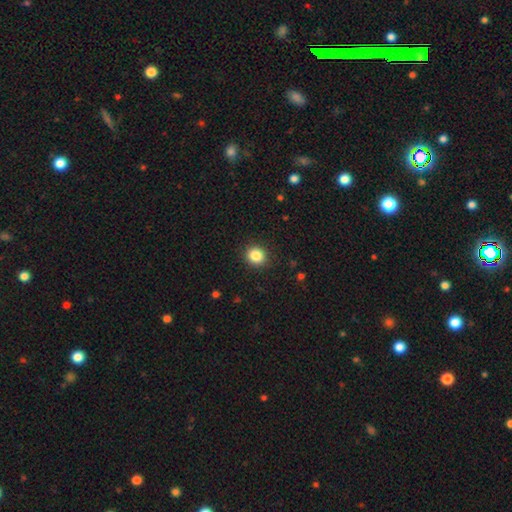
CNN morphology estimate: Smooth or featured? Predicted: smooth (p=0.85). How rounded? Predicted: round (p=0.82). Merging? Predicted: none (p=0.90).